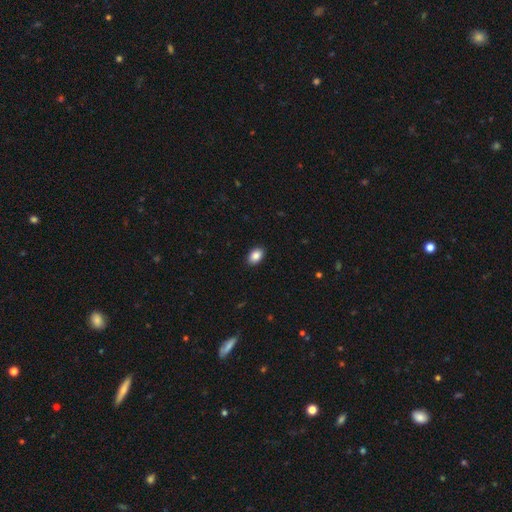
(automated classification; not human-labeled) A smooth galaxy with no disk features (88%) that is in between round and cigar-shaped (87%).

Vote fractions:
- Smooth or featured? smooth: 88% / star or artifact: 8% / featured or disk: 5%
- How rounded? in between: 87% / round: 12% / cigar-shaped: 1%
- Merging? none: 90% / minor disturbance: 7% / major disturbance: 2% / merger: 1%